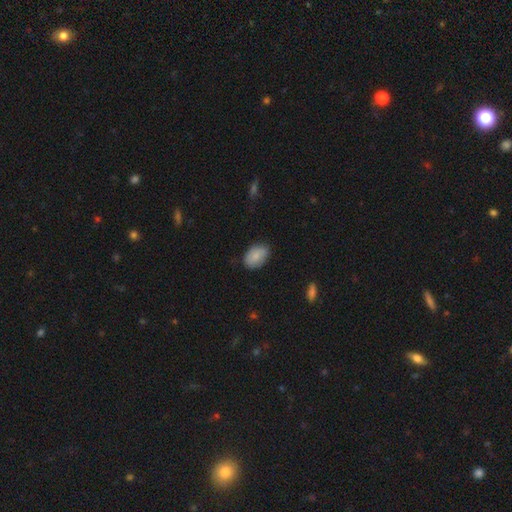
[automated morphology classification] This is clearly a smooth galaxy (82%). How rounded: clearly in between (88%). Merging: likely none (78%).